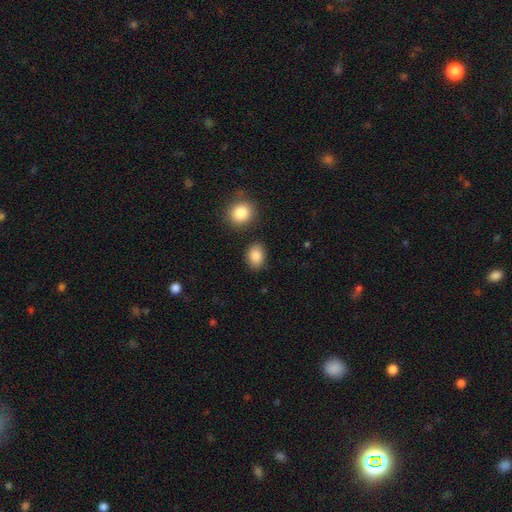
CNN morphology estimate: smooth 86%, star or artifact 8%, featured or disk 5%. Down the decision tree: how rounded — in between (64%); merging — none (83%).